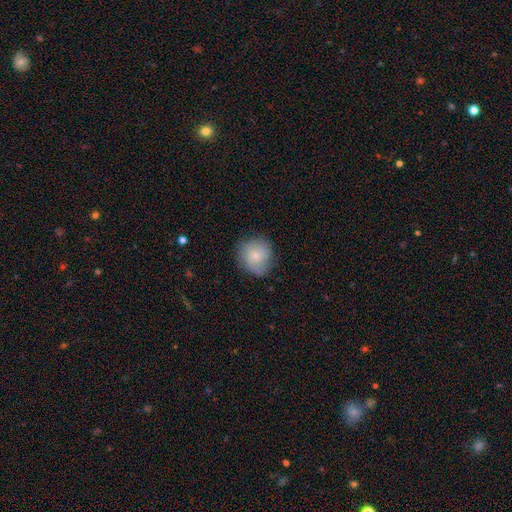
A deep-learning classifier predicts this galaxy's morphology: Smooth or featured?
  - smooth: 68% *
  - featured or disk: 24%
  - star or artifact: 8%
How rounded?
  - round: 88% *
  - in between: 11%
  - cigar-shaped: 1%
Merging?
  - none: 73% *
  - minor disturbance: 20%
  - major disturbance: 6%
  - merger: 1%